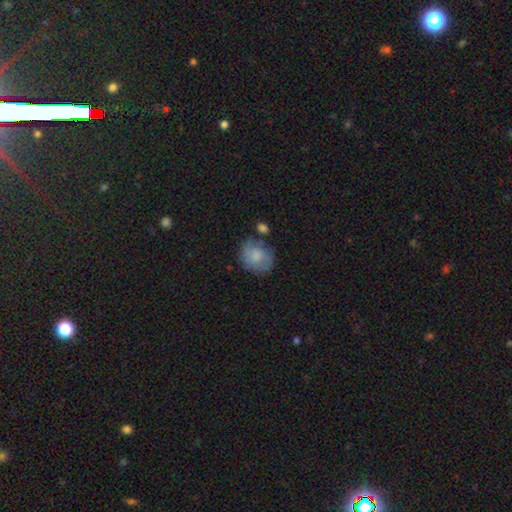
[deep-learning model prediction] The model was most divided on "how rounded": round: 64%, in between: 35%, cigar-shaped: 1%. More confident: smooth or featured — smooth (68%); merging — none (56%).